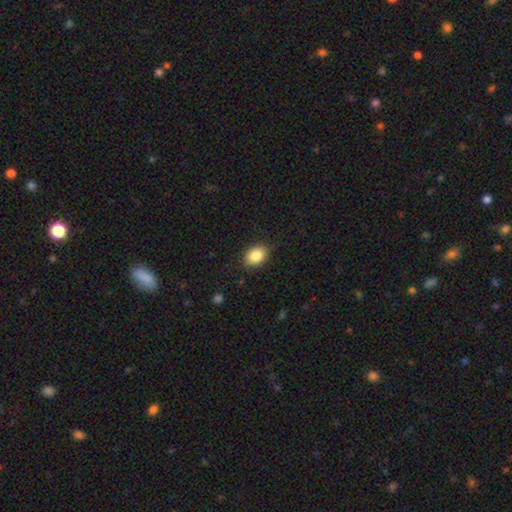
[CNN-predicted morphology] smooth 85%, star or artifact 8%, featured or disk 6%. Down the decision tree: how rounded — in between (66%); merging — none (84%).